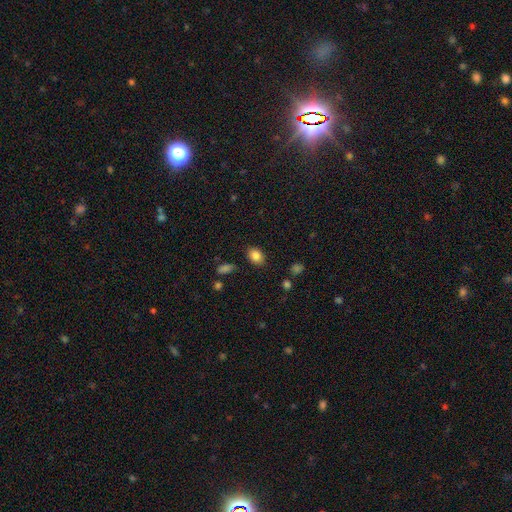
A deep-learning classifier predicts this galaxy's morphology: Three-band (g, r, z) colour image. It shows a smooth galaxy with no disk features (84%) that is in between round and cigar-shaped (76%). Merging: none (84%).